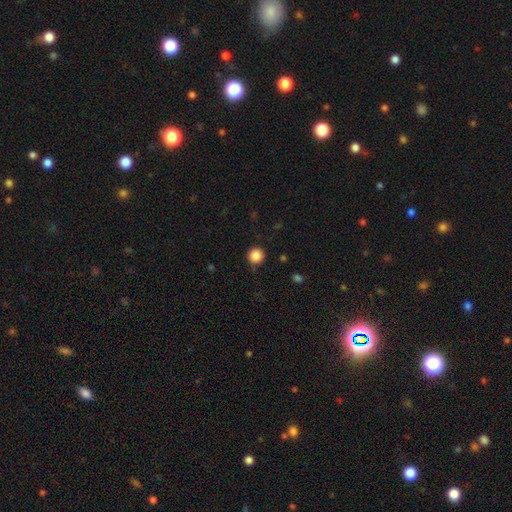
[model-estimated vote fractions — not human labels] Smooth or featured?
  - smooth: 86% *
  - star or artifact: 11%
  - featured or disk: 3%
How rounded?
  - round: 95% *
  - in between: 4%
  - cigar-shaped: 1%
Merging?
  - none: 90% *
  - minor disturbance: 7%
  - major disturbance: 2%
  - merger: 1%